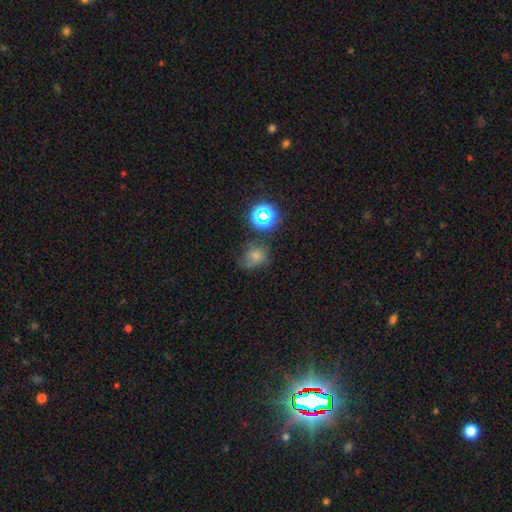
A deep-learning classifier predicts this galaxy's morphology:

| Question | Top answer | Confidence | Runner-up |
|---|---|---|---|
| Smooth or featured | smooth | 64% | star or artifact (23%) |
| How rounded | round | 59% | in between (40%) |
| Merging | none | 51% | minor disturbance (29%) |